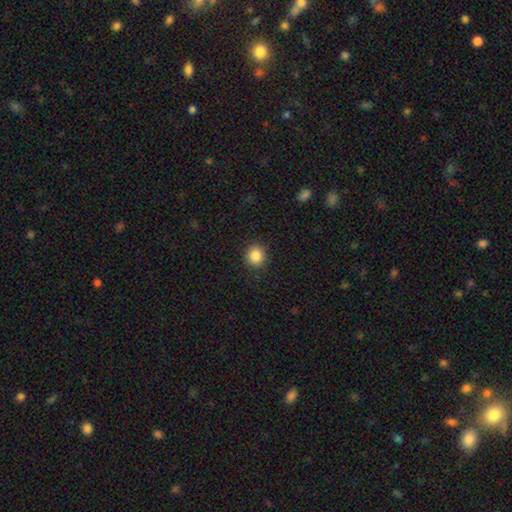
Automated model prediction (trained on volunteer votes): The model was most divided on "smooth or featured": smooth: 86%, star or artifact: 10%, featured or disk: 4%. More confident: merging — none (91%); how rounded — round (90%).